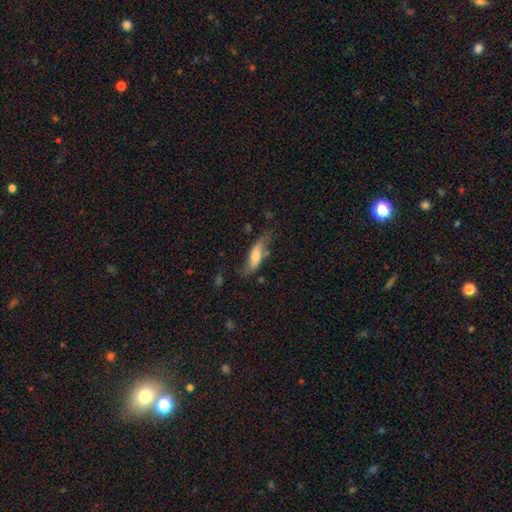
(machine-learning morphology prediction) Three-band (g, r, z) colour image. It shows a smooth galaxy with no disk features (55%) that is in between round and cigar-shaped (53%). Merging: none (53%).